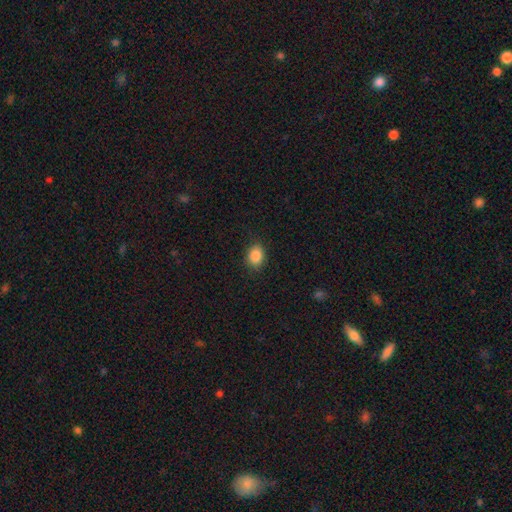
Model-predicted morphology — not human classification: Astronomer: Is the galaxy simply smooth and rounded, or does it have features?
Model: smooth — 87%.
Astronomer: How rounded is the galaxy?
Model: in between — 59% (runner-up: round, 40%).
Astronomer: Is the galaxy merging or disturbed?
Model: none — 85%.